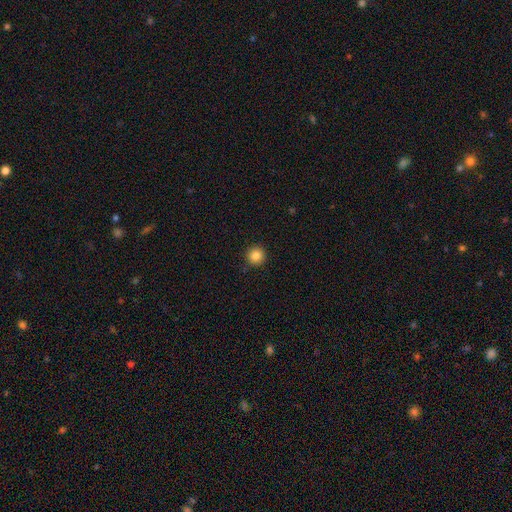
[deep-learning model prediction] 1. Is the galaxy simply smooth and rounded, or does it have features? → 85% smooth, 11% star or artifact, 5% featured or disk.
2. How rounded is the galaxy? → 95% round, 4% in between, 1% cigar-shaped.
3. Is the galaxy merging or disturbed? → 91% none, 7% minor disturbance, 2% major disturbance, 1% merger.